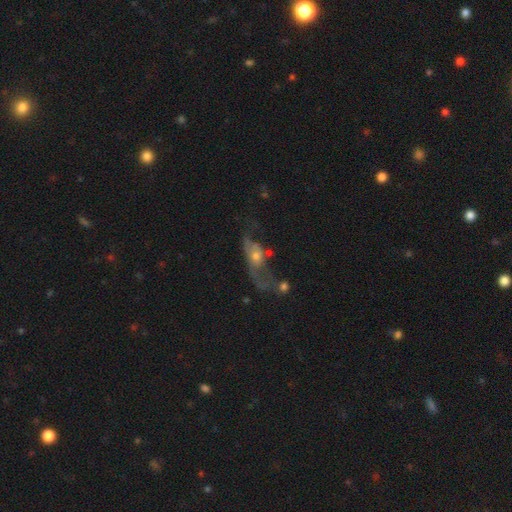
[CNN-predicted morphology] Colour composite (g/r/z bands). It shows a featured or disk galaxy (54%). Merging: major disturbance (45%).